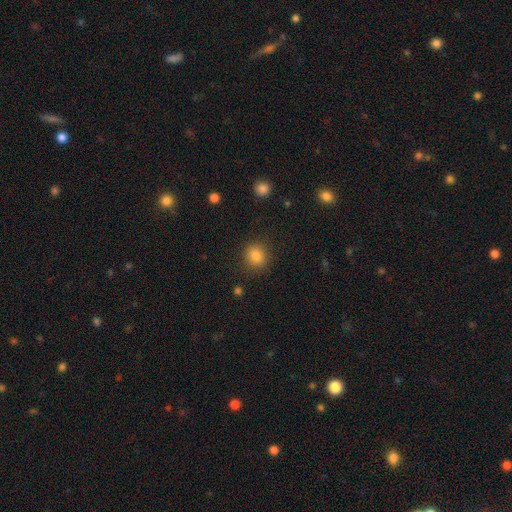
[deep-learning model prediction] smooth-or-featured: smooth: 84% | star or artifact: 12% | featured or disk: 4%
  how-rounded: round: 82% | in between: 17% | cigar-shaped: 1%
  merging: none: 87% | minor disturbance: 8% | major disturbance: 3% | merger: 1%